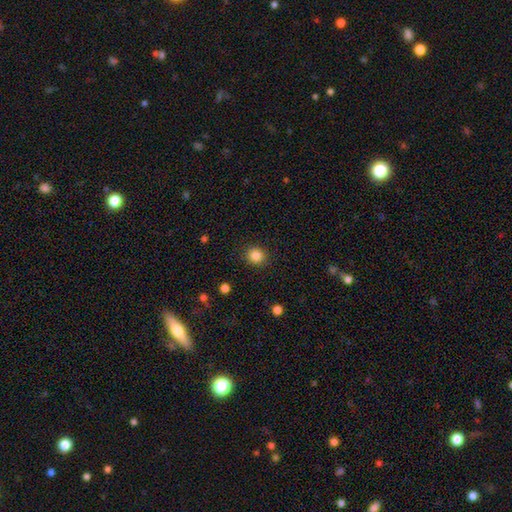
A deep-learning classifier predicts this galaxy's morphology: Smooth or featured? smooth (86%)
How rounded? round (88%)
Merging? none (91%)